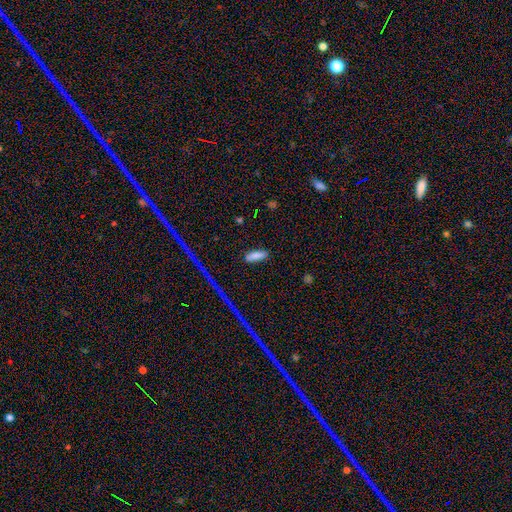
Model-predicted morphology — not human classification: smooth-or-featured: smooth: 83% | featured or disk: 9% | star or artifact: 8%
  how-rounded: in between: 61% | cigar-shaped: 37% | round: 2%
  merging: none: 82% | minor disturbance: 12% | major disturbance: 4% | merger: 2%